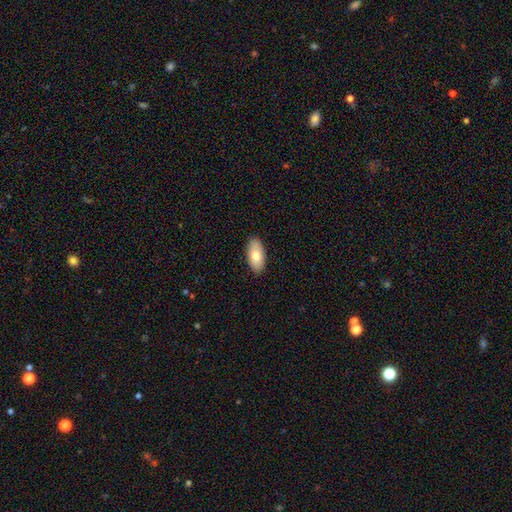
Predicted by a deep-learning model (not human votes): This is likely a smooth galaxy (76%). How rounded: clearly in between (93%). Merging: clearly none (89%).